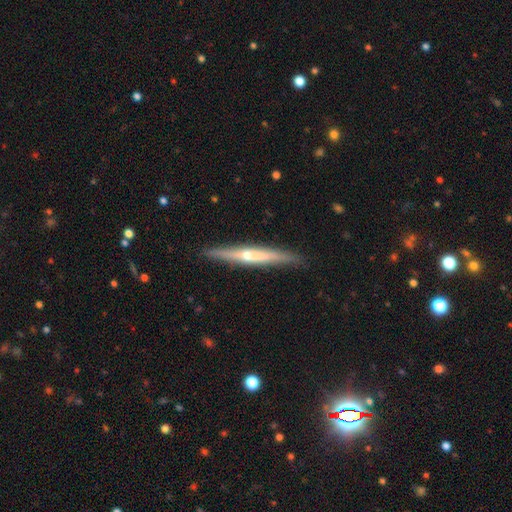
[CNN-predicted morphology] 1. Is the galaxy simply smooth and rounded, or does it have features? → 68% featured or disk, 27% smooth, 6% star or artifact.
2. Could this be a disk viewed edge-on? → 96% yes, 4% no.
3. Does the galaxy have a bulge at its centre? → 71% rounded, 24% none, 4% boxy.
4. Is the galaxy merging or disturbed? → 89% none, 8% minor disturbance, 2% major disturbance, 1% merger.